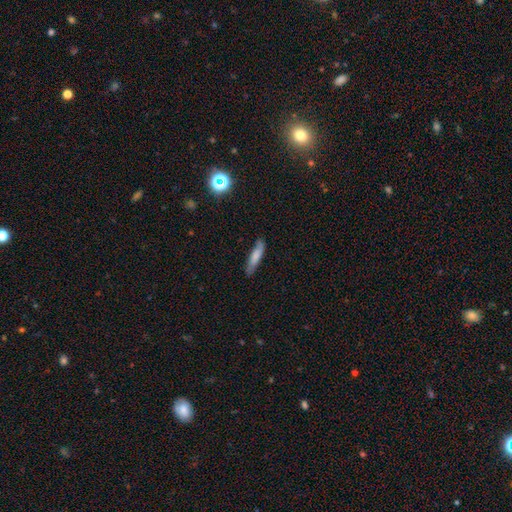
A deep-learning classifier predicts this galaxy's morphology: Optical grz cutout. It shows a smooth galaxy with no disk features (73%) that is cigar-shaped (80%). Merging: none (78%).